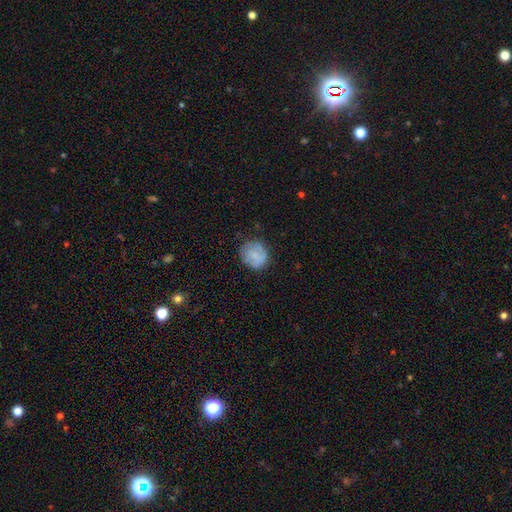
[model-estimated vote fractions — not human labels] Smooth or featured?
  - smooth: 73% *
  - featured or disk: 19%
  - star or artifact: 8%
How rounded?
  - round: 84% *
  - in between: 15%
  - cigar-shaped: 1%
Merging?
  - none: 74% *
  - minor disturbance: 18%
  - major disturbance: 6%
  - merger: 1%